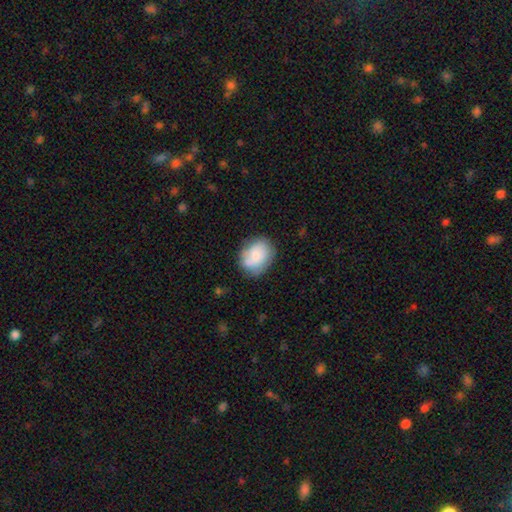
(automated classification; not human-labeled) Morphology: type=smooth (75%); roundness=in between (57%); merging=none (62%).